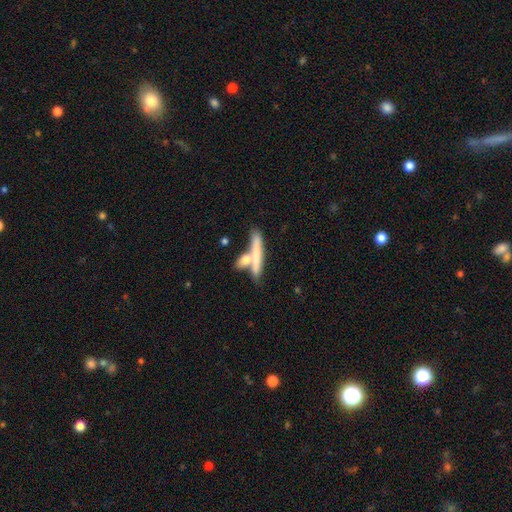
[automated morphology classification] smooth_or_featured: smooth (p=0.64) [alt: featured or disk p=0.29]
how_rounded: cigar-shaped (p=0.86) [alt: in between p=0.10]
merging: none (p=0.49) [alt: merger p=0.33]